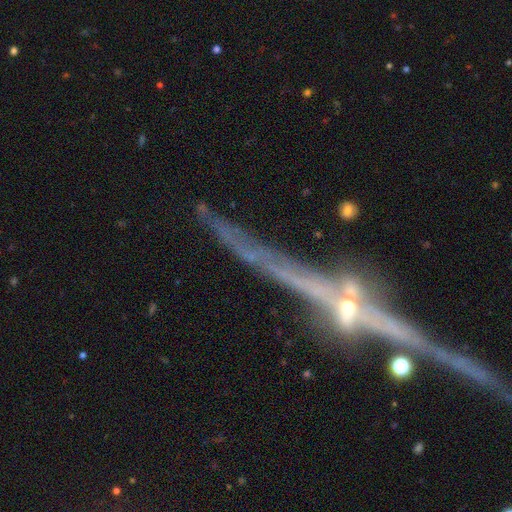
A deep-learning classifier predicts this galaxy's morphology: A featured or disk galaxy (76%) viewed edge-on (90%) with a rounded central bulge (74%). Merging: none (67%).